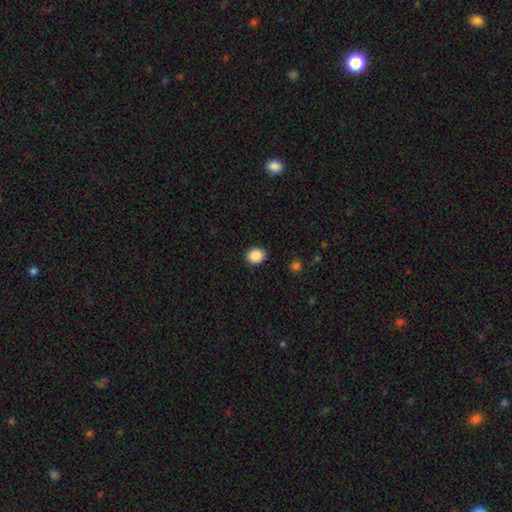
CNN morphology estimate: type=smooth (88%); roundness=round (76%); merging=none (91%).